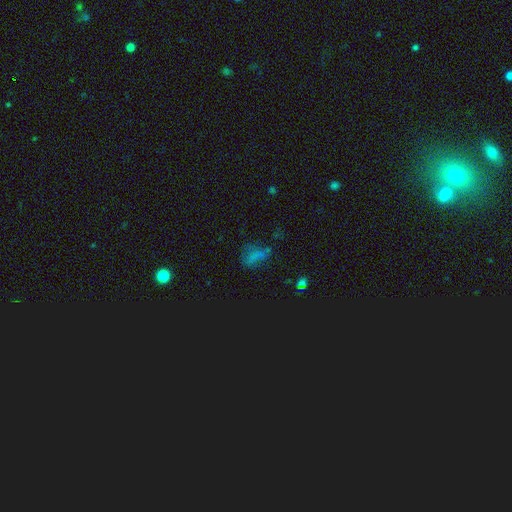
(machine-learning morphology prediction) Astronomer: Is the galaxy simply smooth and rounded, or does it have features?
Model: smooth — 49% (runner-up: star or artifact, 33%).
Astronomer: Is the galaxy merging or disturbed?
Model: none — 43% (runner-up: major disturbance, 26%).